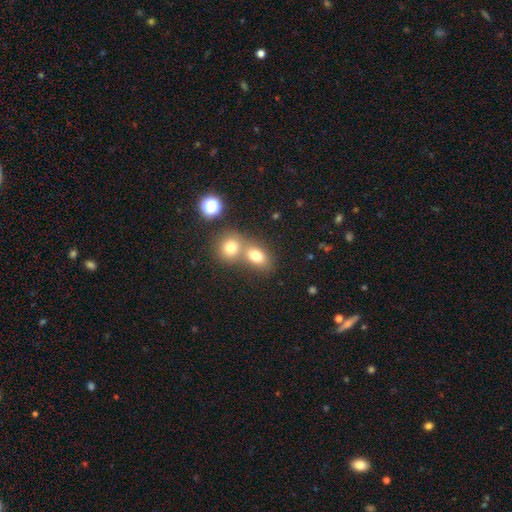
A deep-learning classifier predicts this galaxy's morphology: A smooth galaxy with no disk features (76%) that is in between round and cigar-shaped (58%). Merging: merger (49%).